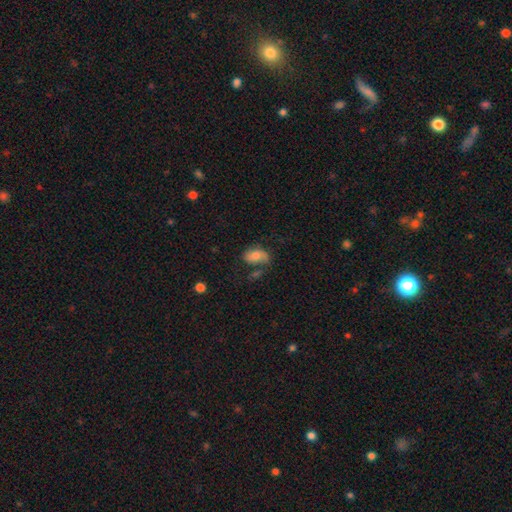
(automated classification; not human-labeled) Smooth or featured? Predicted: smooth (p=0.61). How rounded? Predicted: in between (p=0.88). Merging? Predicted: none (p=0.40).